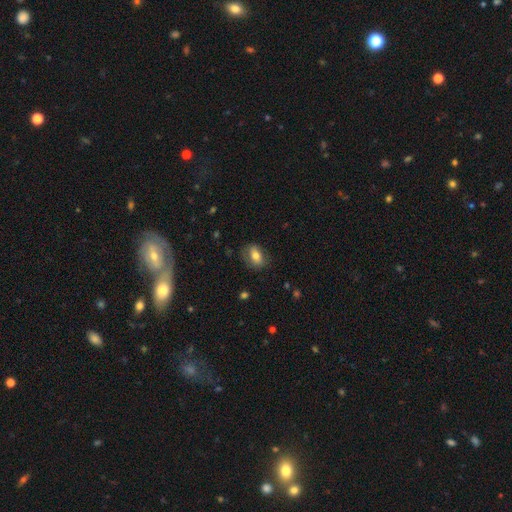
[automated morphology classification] Smooth or featured?
  - smooth: 67% *
  - featured or disk: 25%
  - star or artifact: 8%
How rounded?
  - in between: 76% *
  - round: 21%
  - cigar-shaped: 3%
Merging?
  - none: 74% *
  - minor disturbance: 18%
  - major disturbance: 6%
  - merger: 1%